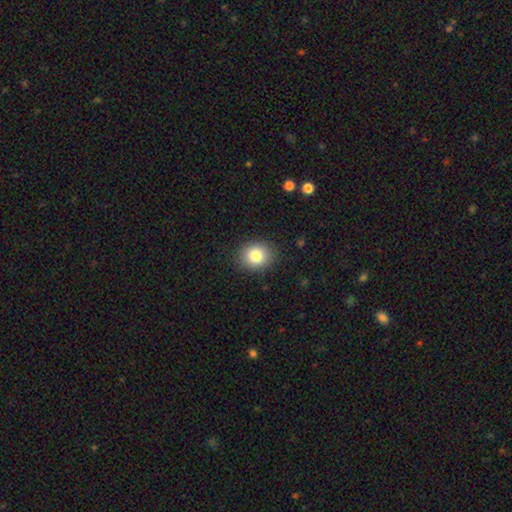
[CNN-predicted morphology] smooth_or_featured: smooth (p=0.83) [alt: star or artifact p=0.10]
how_rounded: round (p=0.72) [alt: in between p=0.27]
merging: none (p=0.89) [alt: minor disturbance p=0.08]